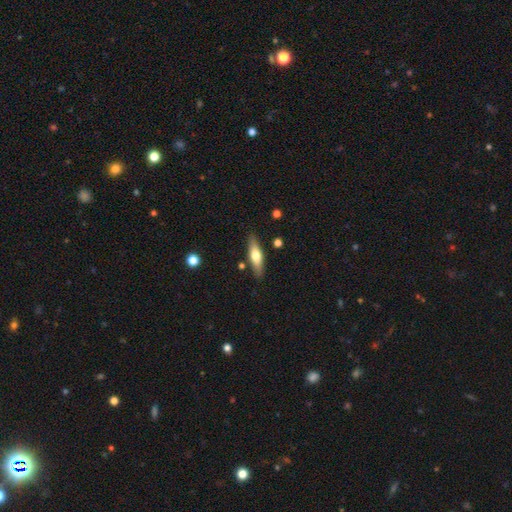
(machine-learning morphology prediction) A smooth galaxy with no disk features (53%) that is cigar-shaped (62%).

Vote fractions:
- Smooth or featured? smooth: 53% / featured or disk: 42% / star or artifact: 6%
- How rounded? cigar-shaped: 62% / in between: 35% / round: 2%
- Merging? none: 85% / minor disturbance: 10% / merger: 3% / major disturbance: 2%